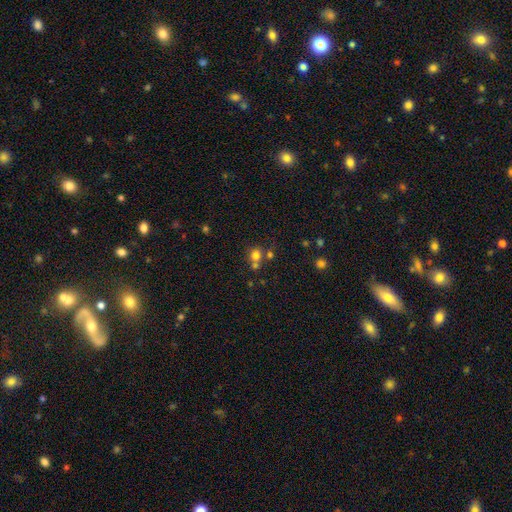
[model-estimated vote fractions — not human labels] Q: Smooth or featured?
A: smooth (73%); runner-up: star or artifact (16%)
Q: How rounded?
A: round (73%); runner-up: in between (26%)
Q: Merging?
A: none (48%); runner-up: merger (37%)